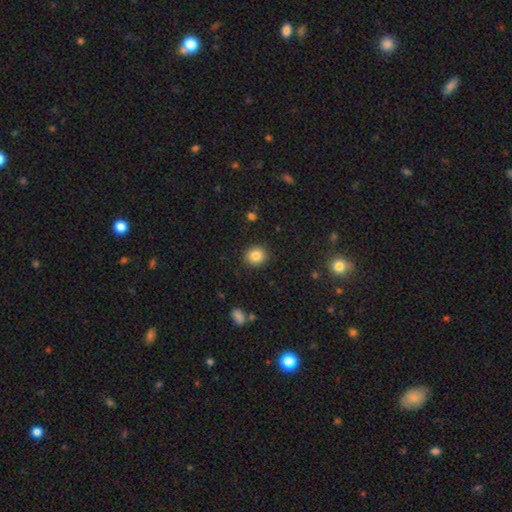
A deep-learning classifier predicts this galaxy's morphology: This is clearly a smooth galaxy (84%). How rounded: clearly round (81%). Merging: clearly none (90%).